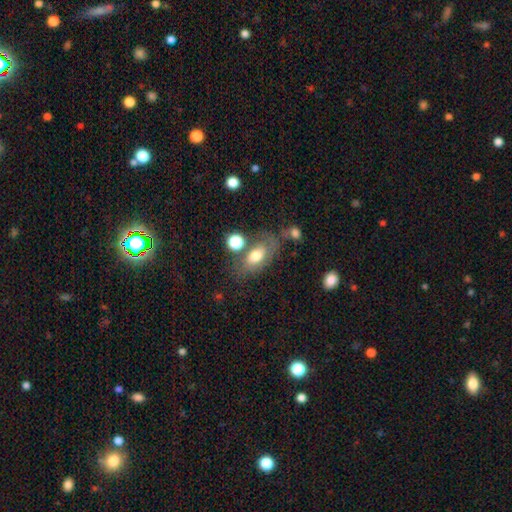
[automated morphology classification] Smooth or featured?
  - smooth: 66% *
  - featured or disk: 24%
  - star or artifact: 10%
How rounded?
  - in between: 85% *
  - round: 11%
  - cigar-shaped: 5%
Merging?
  - none: 54% *
  - minor disturbance: 20%
  - merger: 14%
  - major disturbance: 12%